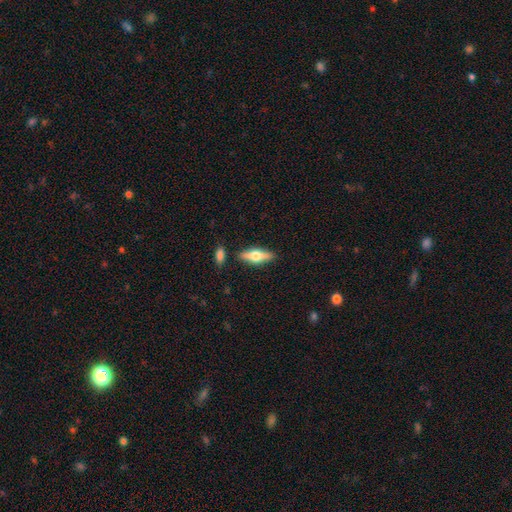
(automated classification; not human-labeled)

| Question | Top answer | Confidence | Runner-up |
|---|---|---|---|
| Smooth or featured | featured or disk | 49% | smooth (45%) |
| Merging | none | 83% | minor disturbance (10%) |